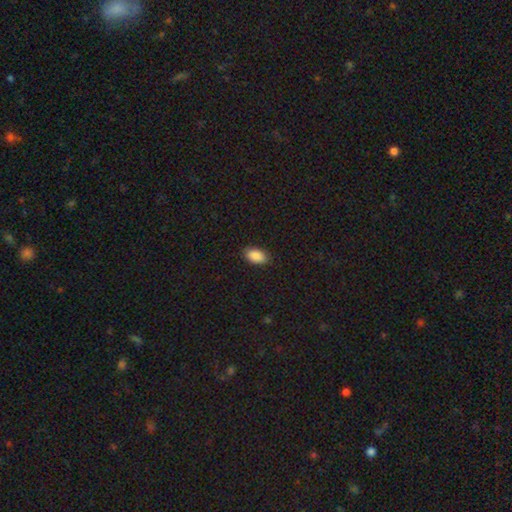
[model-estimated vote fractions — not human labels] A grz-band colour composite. It shows a smooth galaxy with no disk features (89%) that is in between round and cigar-shaped (93%). Merging: none (86%).